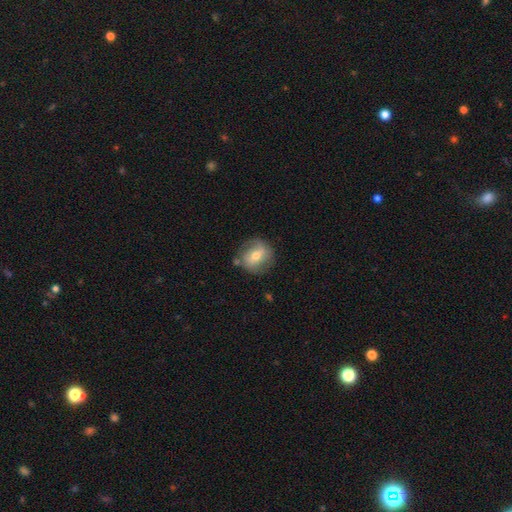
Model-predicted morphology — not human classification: Smooth or featured? Predicted: smooth (p=0.49). Merging? Predicted: none (p=0.71).